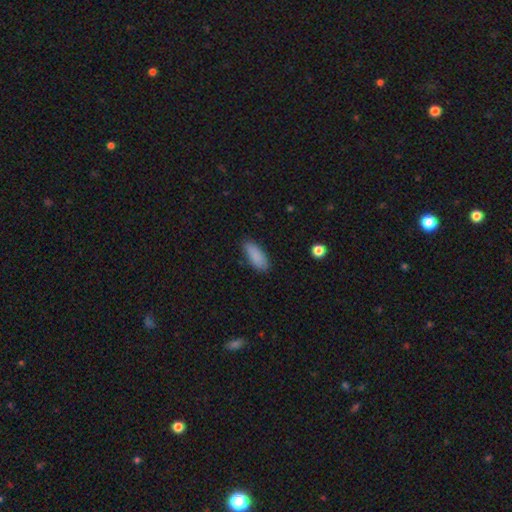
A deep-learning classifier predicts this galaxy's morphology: Overall: smooth (87%). How rounded: in between (78%). Merging: none (81%).